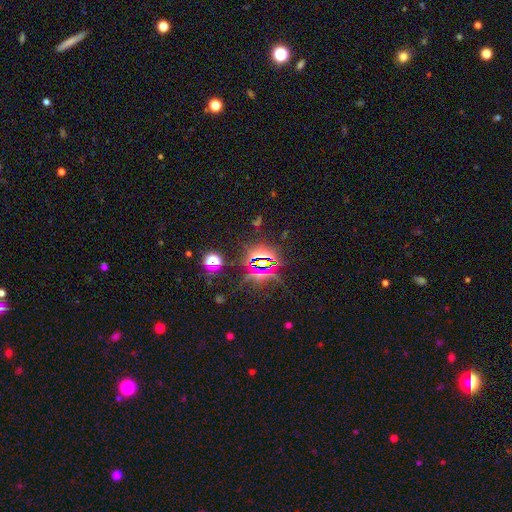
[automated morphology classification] Smooth or featured: star or artifact — 80% (smooth — 11%)